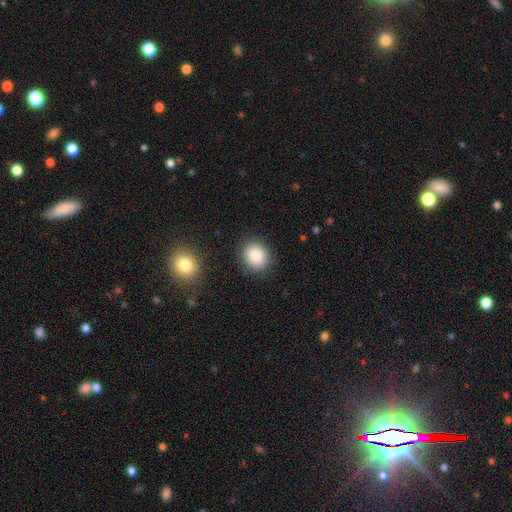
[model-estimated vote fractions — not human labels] Smooth or featured? Predicted: smooth (p=0.87). How rounded? Predicted: round (p=0.61). Merging? Predicted: none (p=0.87).